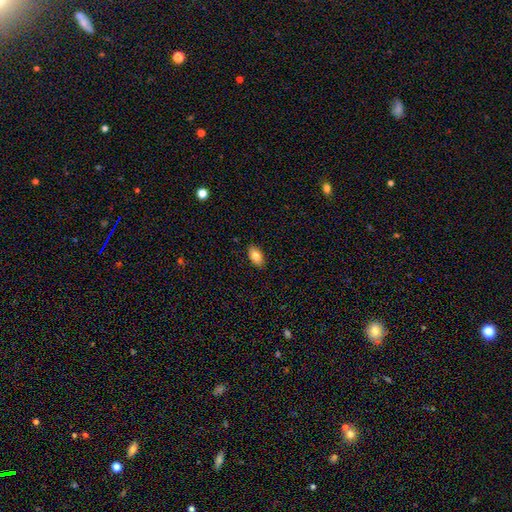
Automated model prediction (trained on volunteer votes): smooth_or_featured: smooth (p=0.83) [alt: featured or disk p=0.10]
how_rounded: in between (p=0.93) [alt: round p=0.04]
merging: none (p=0.88) [alt: minor disturbance p=0.09]